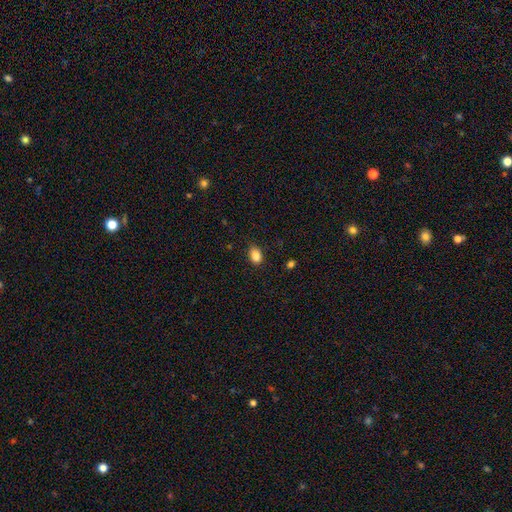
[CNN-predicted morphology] This is clearly a smooth galaxy (87%). How rounded: likely in between (78%). Merging: clearly none (83%).